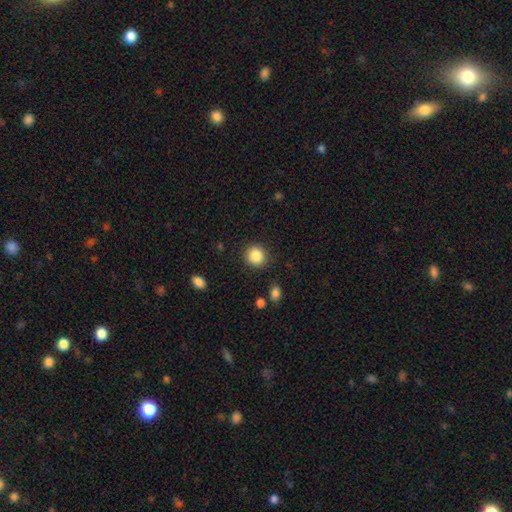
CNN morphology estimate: The model was most divided on "how rounded": round: 88%, in between: 11%, cigar-shaped: 1%. More confident: merging — none (88%); smooth or featured — smooth (87%).